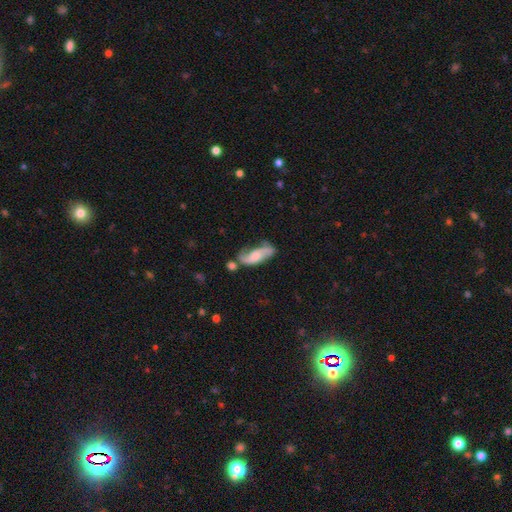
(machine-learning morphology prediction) smooth_or_featured: featured or disk (p=0.64) [alt: smooth p=0.29]
disk_edge_on: no (p=0.89) [alt: yes p=0.11]
bar: no (p=0.57) [alt: weak p=0.31]
has_spiral_arms: yes (p=0.91) [alt: no p=0.09]
spiral_winding: loose (p=0.59) [alt: medium p=0.30]
spiral_arm_count: 2 (p=0.86) [alt: can't tell p=0.06]
bulge_size: moderate (p=0.33) [alt: small p=0.30]
merging: none (p=0.51) [alt: minor disturbance p=0.22]